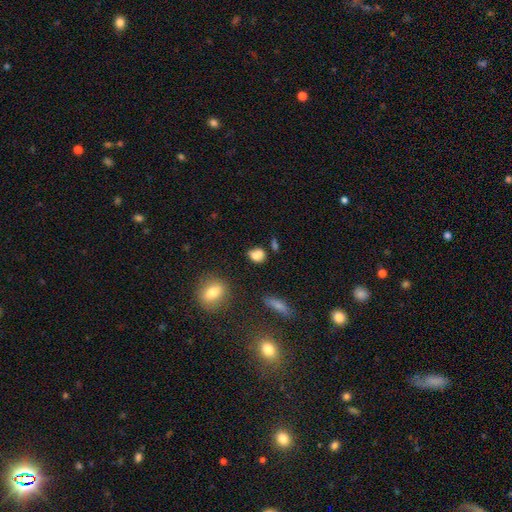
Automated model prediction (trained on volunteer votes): Smooth or featured? Predicted: smooth (p=0.77). How rounded? Predicted: in between (p=0.49, tied with round). Merging? Predicted: none (p=0.50).